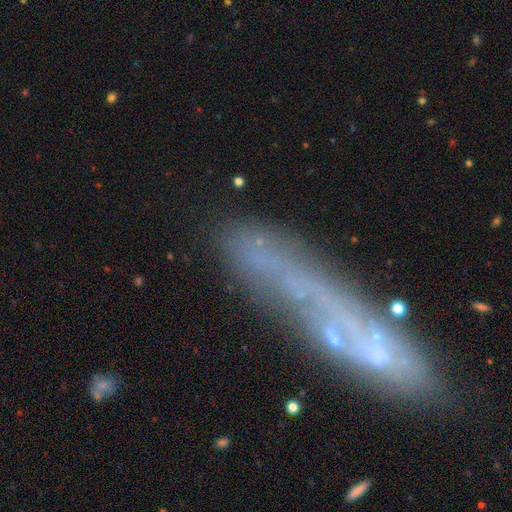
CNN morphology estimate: This appears to be a featured or disk galaxy (42%). Merging: none (63%).